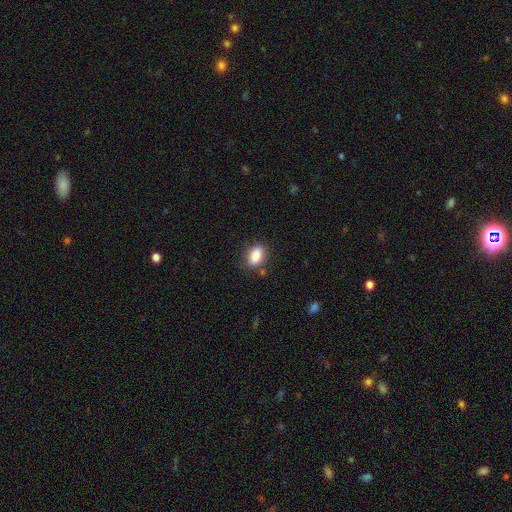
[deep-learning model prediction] This is clearly a smooth galaxy (86%). How rounded: clearly in between (86%). Merging: clearly none (81%).